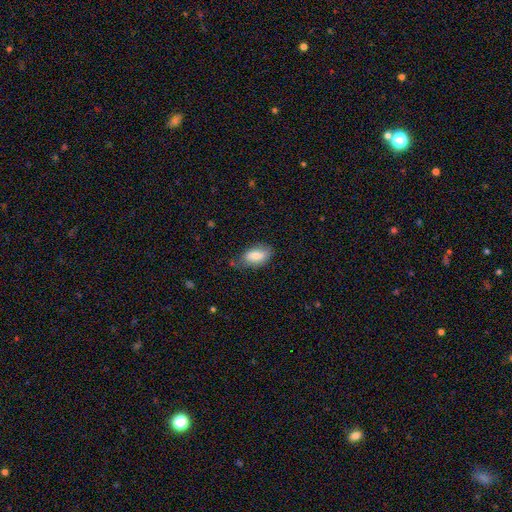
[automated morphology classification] A smooth galaxy with no disk features (77%) that is in between round and cigar-shaped (92%). Merging: none (60%).